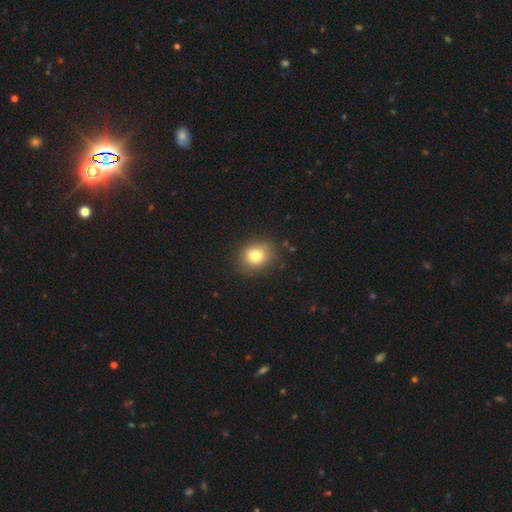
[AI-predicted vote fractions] A smooth galaxy with no disk features (79%) that is round (61%).

Vote fractions:
- Smooth or featured? smooth: 79% / star or artifact: 11% / featured or disk: 10%
- How rounded? round: 61% / in between: 38% / cigar-shaped: 1%
- Merging? none: 83% / minor disturbance: 12% / major disturbance: 3% / merger: 2%